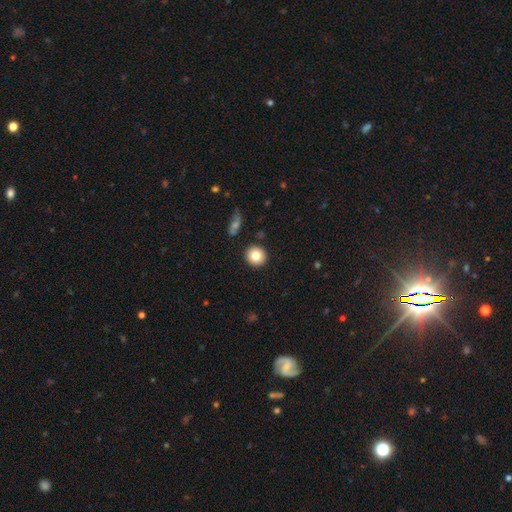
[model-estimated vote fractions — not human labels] Q: Smooth or featured?
A: smooth (82%); runner-up: featured or disk (9%)
Q: How rounded?
A: round (91%); runner-up: in between (8%)
Q: Merging?
A: none (90%); runner-up: minor disturbance (6%)